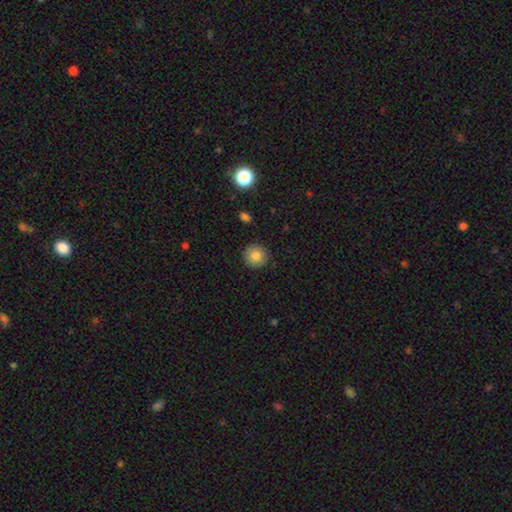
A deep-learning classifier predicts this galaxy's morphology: Smooth or featured? Predicted: smooth (p=0.83). How rounded? Predicted: round (p=0.94). Merging? Predicted: none (p=0.91).